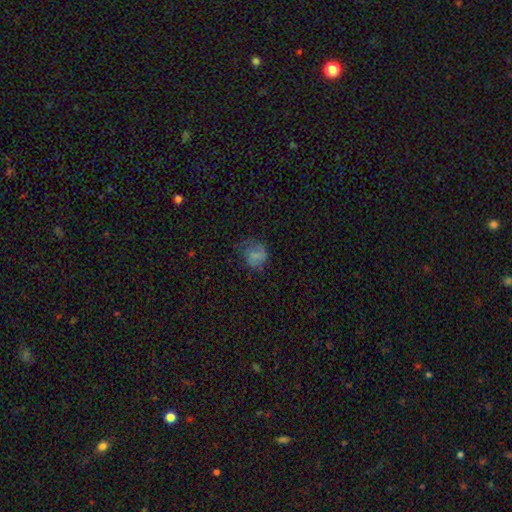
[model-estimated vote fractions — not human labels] Overall: smooth (65%). How rounded: round (68%; in between 31%). Merging: none (52%; minor disturbance 28%).